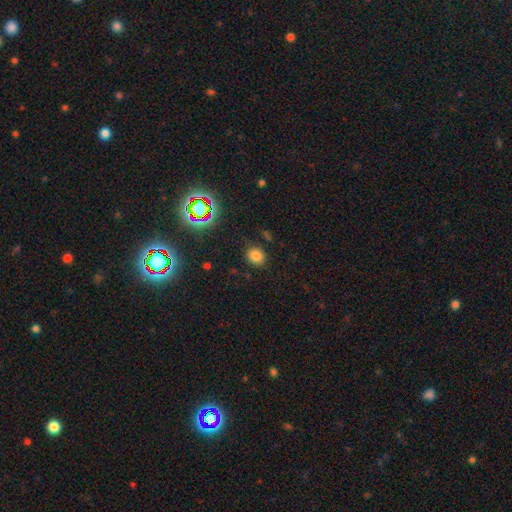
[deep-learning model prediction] Smooth or featured? smooth (76%)
How rounded? round (72%)
Merging? none (85%)